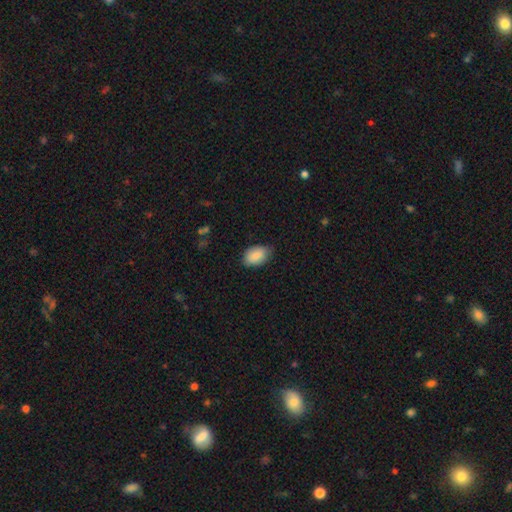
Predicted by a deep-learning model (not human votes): Smooth or featured: smooth — 88% (star or artifact — 6%)
How rounded: in between — 90% (round — 9%)
Merging: none — 78% (minor disturbance — 19%)